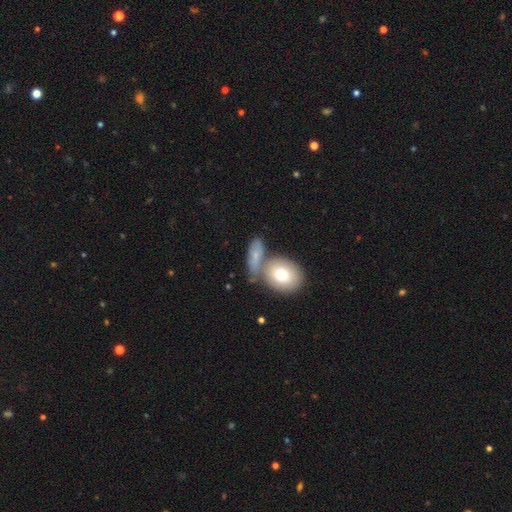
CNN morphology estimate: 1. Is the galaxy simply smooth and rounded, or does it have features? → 67% smooth, 25% featured or disk, 8% star or artifact.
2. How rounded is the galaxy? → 66% in between, 20% round, 14% cigar-shaped.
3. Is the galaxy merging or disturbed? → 45% none, 34% merger, 15% minor disturbance, 6% major disturbance.